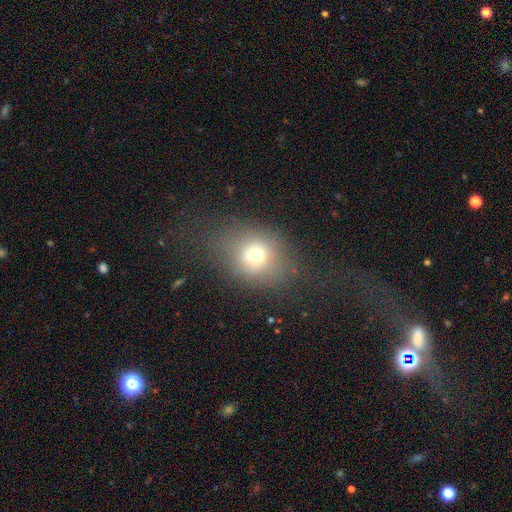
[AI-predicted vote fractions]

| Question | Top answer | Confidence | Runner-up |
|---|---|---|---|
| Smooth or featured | smooth | 68% | star or artifact (16%) |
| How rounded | round | 58% | in between (41%) |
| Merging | none | 58% | minor disturbance (21%) |